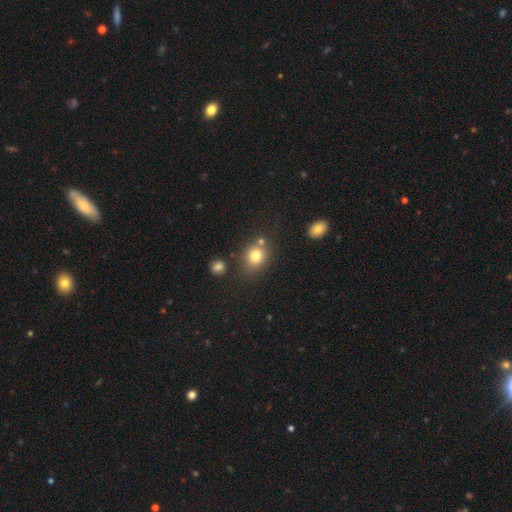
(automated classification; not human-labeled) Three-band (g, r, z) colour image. It shows a smooth galaxy with no disk features (79%) that is round (65%). Merging: none (66%).